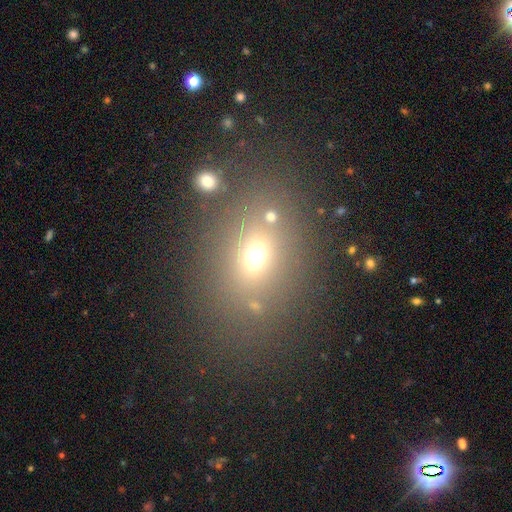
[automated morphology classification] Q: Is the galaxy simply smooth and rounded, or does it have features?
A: smooth — 64%.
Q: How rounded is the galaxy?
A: in between — 57%.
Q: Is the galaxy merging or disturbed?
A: none — 71%.